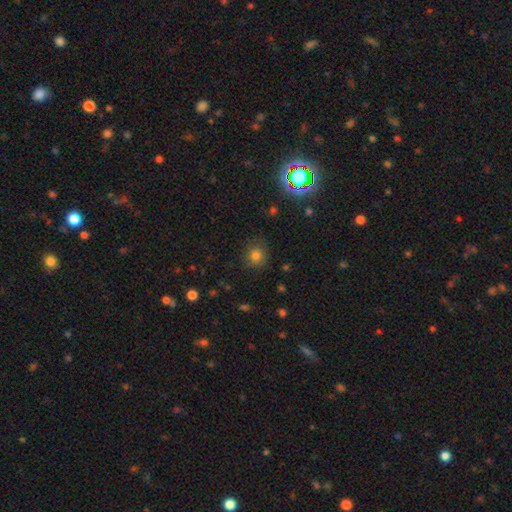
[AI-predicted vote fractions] A smooth galaxy with no disk features (76%) that is round (87%).

Vote fractions:
- Smooth or featured? smooth: 76% / star or artifact: 16% / featured or disk: 7%
- How rounded? round: 87% / in between: 12% / cigar-shaped: 1%
- Merging? none: 79% / minor disturbance: 15% / major disturbance: 5% / merger: 2%